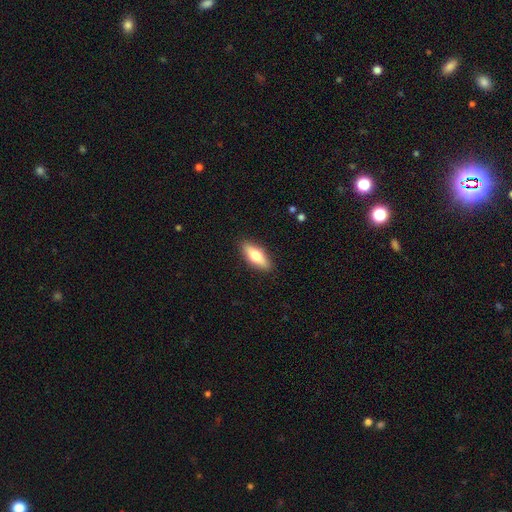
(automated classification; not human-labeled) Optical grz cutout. It shows a smooth galaxy with no disk features (64%) that is in between round and cigar-shaped (66%). Merging: none (89%).